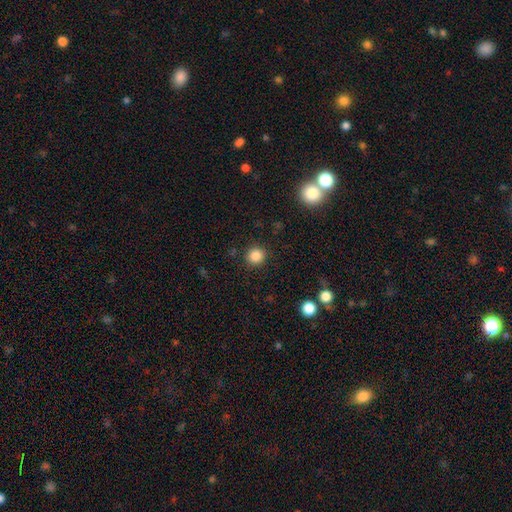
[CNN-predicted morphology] Smooth or featured? Predicted: smooth (p=0.85). How rounded? Predicted: round (p=0.91). Merging? Predicted: none (p=0.90).